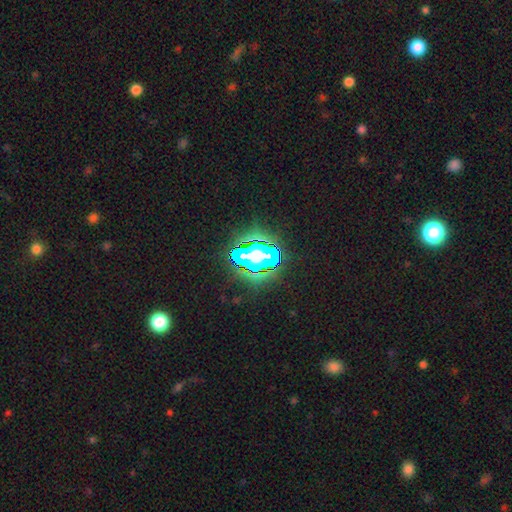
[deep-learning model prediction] This is possibly a star or artifact rather than a galaxy (60%).